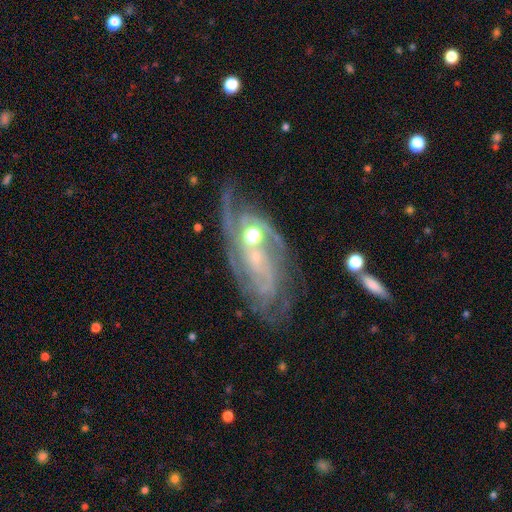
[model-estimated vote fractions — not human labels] A featured or disk galaxy (86%) with no bar (62%), 2 (34%) tight (50%) spiral arms (95%) and a small central bulge (53%). Merging: none (58%).